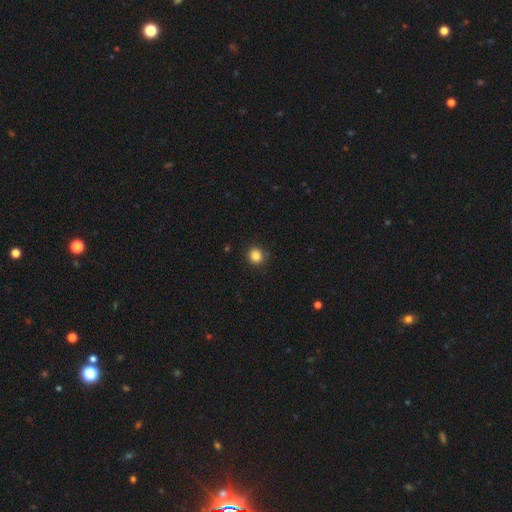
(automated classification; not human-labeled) smooth_or_featured: smooth (p=0.85) [alt: star or artifact p=0.11]
how_rounded: round (p=0.90) [alt: in between p=0.09]
merging: none (p=0.89) [alt: minor disturbance p=0.08]